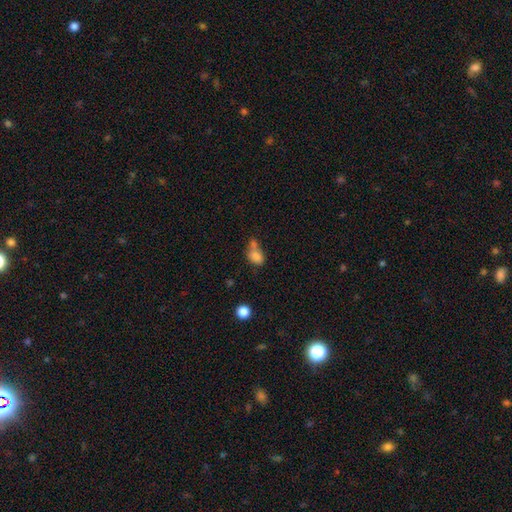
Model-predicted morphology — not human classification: Smooth or featured: smooth — 77% (featured or disk — 12%)
How rounded: in between — 75% (round — 22%)
Merging: merger — 47% (none — 28%)